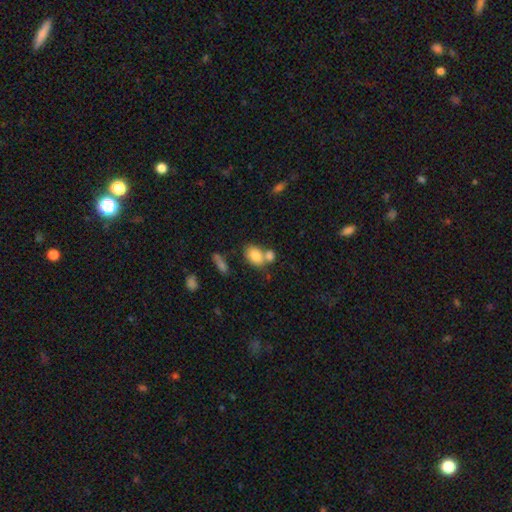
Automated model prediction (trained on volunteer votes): Smooth or featured? Predicted: smooth (p=0.80). How rounded? Predicted: in between (p=0.76). Merging? Predicted: none (p=0.45).